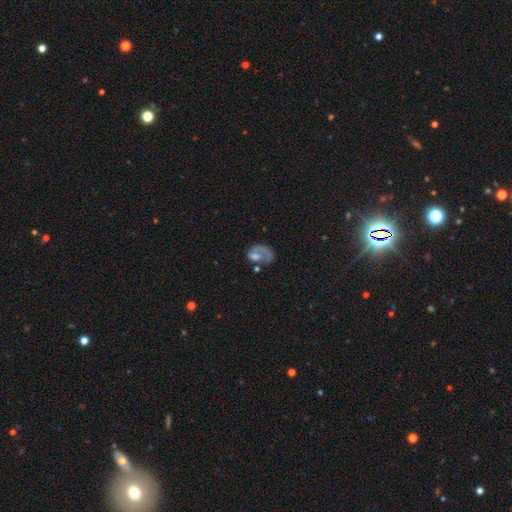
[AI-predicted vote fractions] featured or disk 53%, smooth 32%, star or artifact 15%. Down the decision tree: edge-on disk — no (97%); bar — no (81%); spiral arms — no (52%); bulge size — moderate (34%); merging — major disturbance (37%).